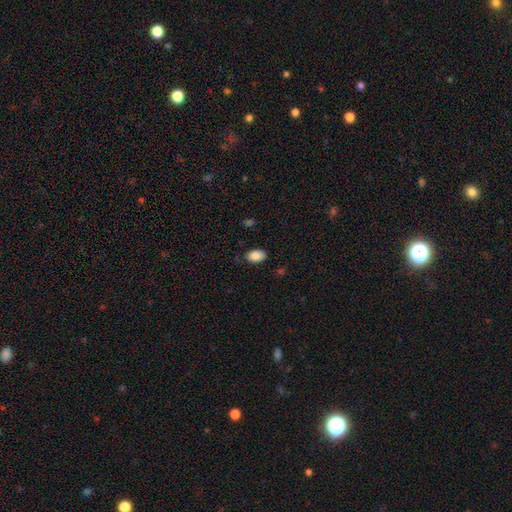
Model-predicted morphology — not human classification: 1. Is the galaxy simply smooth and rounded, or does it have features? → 86% smooth, 8% star or artifact, 6% featured or disk.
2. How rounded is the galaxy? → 90% in between, 9% round, 1% cigar-shaped.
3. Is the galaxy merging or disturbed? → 82% none, 14% minor disturbance, 3% major disturbance, 1% merger.